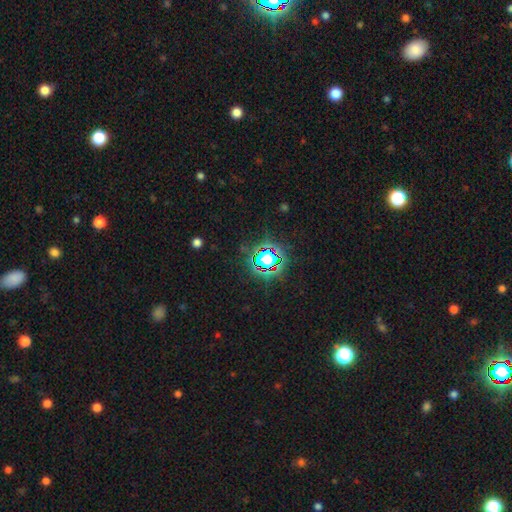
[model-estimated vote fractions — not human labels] smooth_or_featured: star or artifact (p=0.79) [alt: smooth p=0.13]